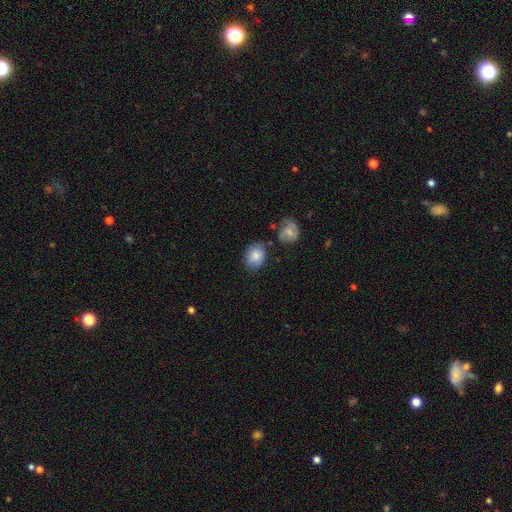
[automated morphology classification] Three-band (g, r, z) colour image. It shows a smooth galaxy with no disk features (79%) that is round (53%). Merging: none (69%).